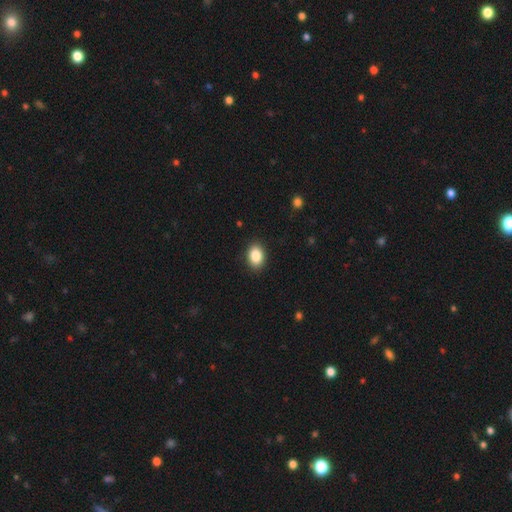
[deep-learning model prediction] smooth_or_featured: smooth (p=0.87) [alt: star or artifact p=0.08]
how_rounded: in between (p=0.77) [alt: round p=0.22]
merging: none (p=0.89) [alt: minor disturbance p=0.08]